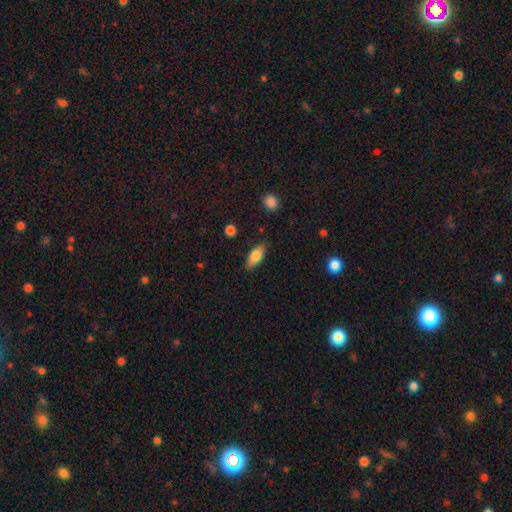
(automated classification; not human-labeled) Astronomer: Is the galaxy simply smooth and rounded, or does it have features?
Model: smooth — 77%.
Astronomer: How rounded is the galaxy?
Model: in between — 77%.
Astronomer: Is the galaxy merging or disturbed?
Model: none — 84%.